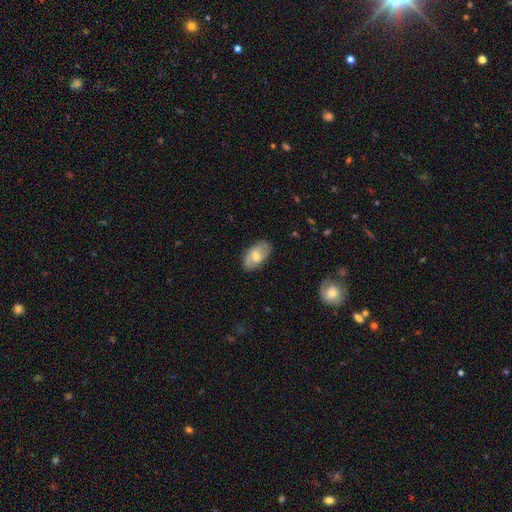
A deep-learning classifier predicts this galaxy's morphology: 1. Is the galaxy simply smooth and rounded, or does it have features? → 53% smooth, 40% featured or disk, 7% star or artifact.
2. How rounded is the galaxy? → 93% in between, 4% round, 3% cigar-shaped.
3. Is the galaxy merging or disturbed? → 82% none, 14% minor disturbance, 3% major disturbance, 1% merger.